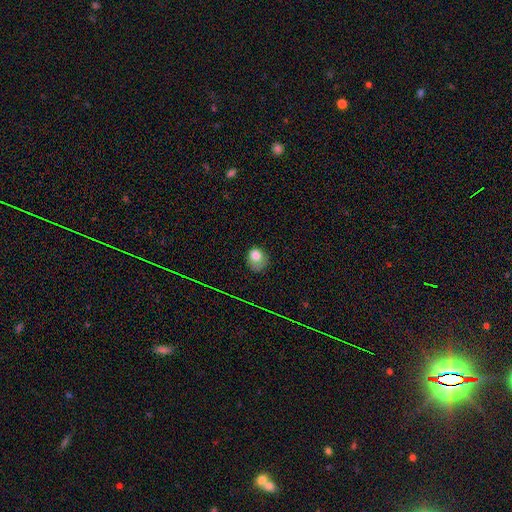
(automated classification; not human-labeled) smooth-or-featured: smooth: 78% | star or artifact: 13% | featured or disk: 9%
  how-rounded: round: 61% | in between: 38% | cigar-shaped: 1%
  merging: none: 52% | minor disturbance: 32% | major disturbance: 13% | merger: 2%